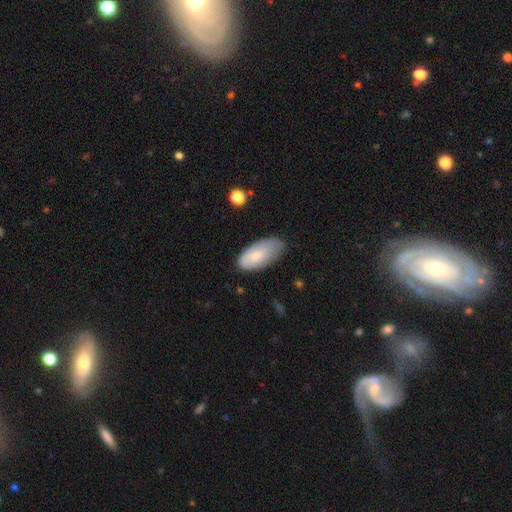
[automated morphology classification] This is likely a smooth galaxy (80%). How rounded: clearly in between (93%). Merging: likely none (63%).